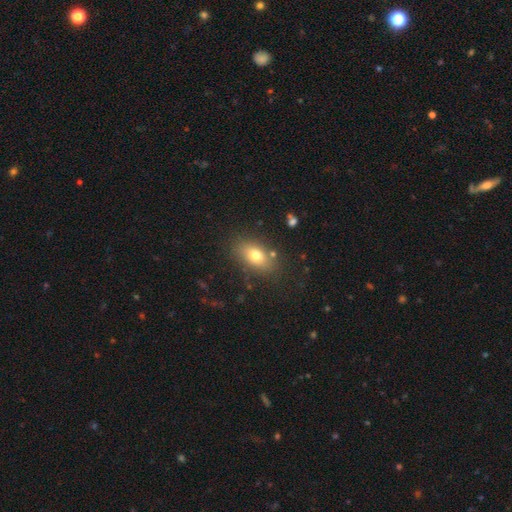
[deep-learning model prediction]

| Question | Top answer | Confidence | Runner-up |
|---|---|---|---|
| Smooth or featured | smooth | 74% | featured or disk (15%) |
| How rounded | in between | 82% | round (15%) |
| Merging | none | 81% | minor disturbance (12%) |